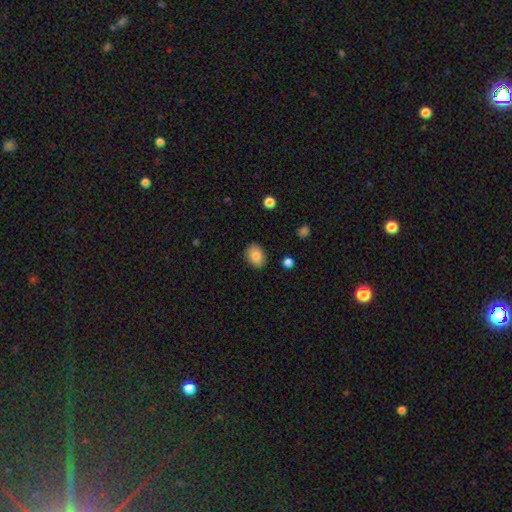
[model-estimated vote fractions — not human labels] Morphology: type=smooth (85%); roundness=in between (72%); merging=none (87%).